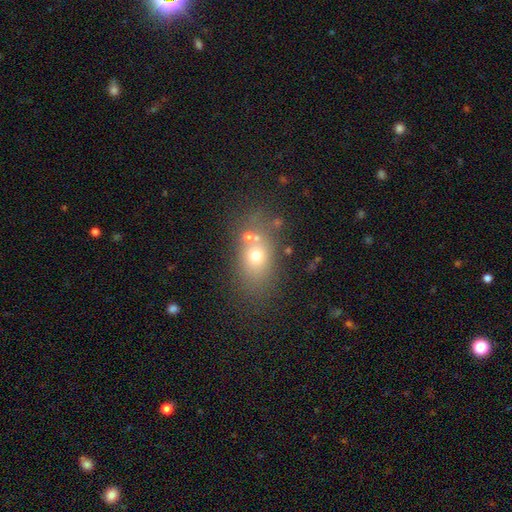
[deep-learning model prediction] This appears to be a smooth galaxy with no disk features (63%) that is in between round and cigar-shaped (63%). Merging: none (55%).